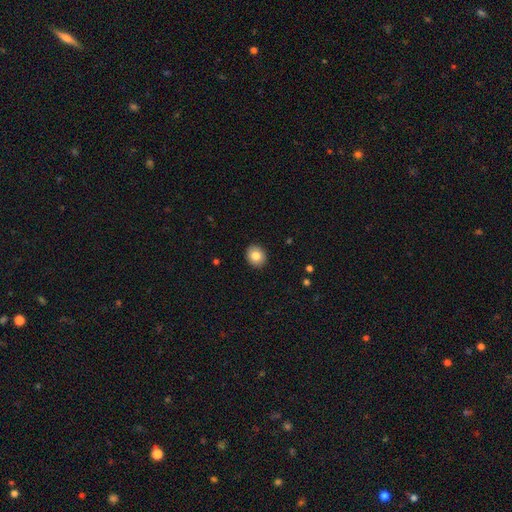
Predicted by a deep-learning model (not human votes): This appears to be a smooth galaxy with no disk features (81%) that is round (77%). Merging: none (92%).